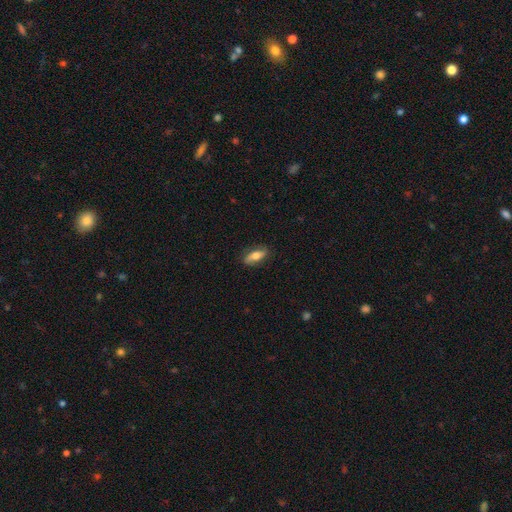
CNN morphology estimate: type=smooth (52%); roundness=in between (69%); merging=none (82%).